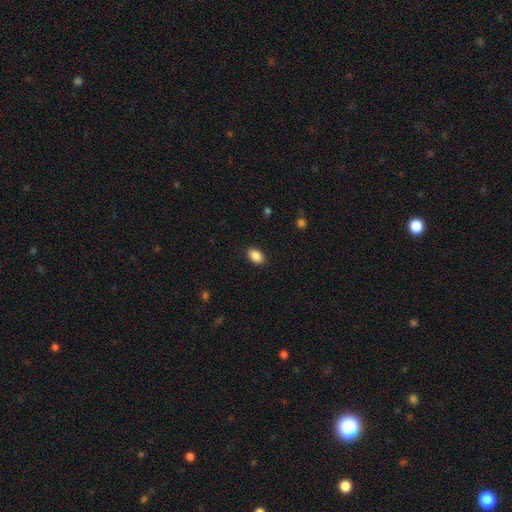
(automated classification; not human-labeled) A smooth galaxy with no disk features (88%) that is in between round and cigar-shaped (87%). Merging: none (88%).